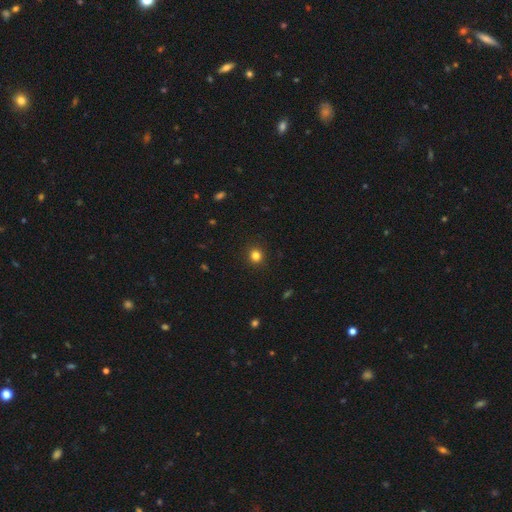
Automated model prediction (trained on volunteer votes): Smooth or featured? smooth (82%)
How rounded? round (91%)
Merging? none (92%)